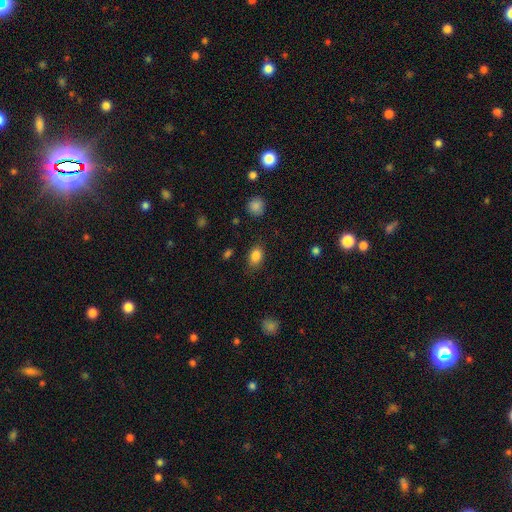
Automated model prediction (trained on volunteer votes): Smooth or featured? smooth (85%)
How rounded? in between (77%)
Merging? none (81%)